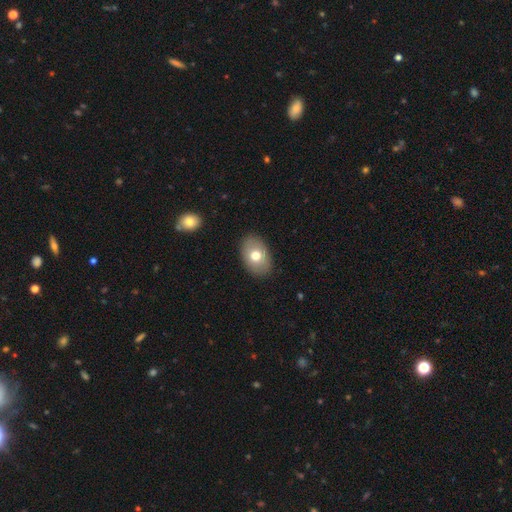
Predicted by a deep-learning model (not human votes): Smooth or featured: smooth — 71% (featured or disk — 22%)
How rounded: in between — 84% (round — 15%)
Merging: none — 87% (minor disturbance — 9%)